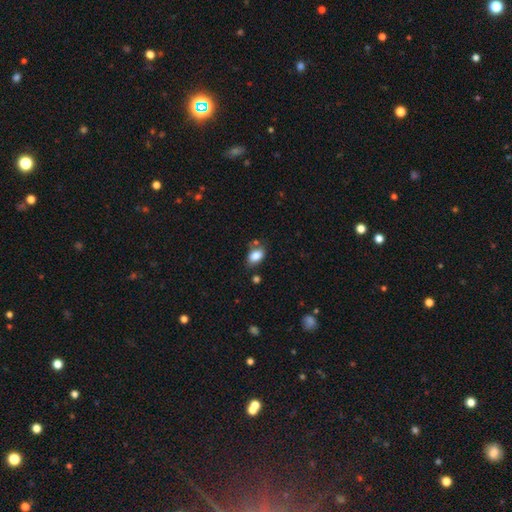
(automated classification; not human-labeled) Smooth or featured? smooth (84%)
How rounded? in between (87%)
Merging? none (69%)